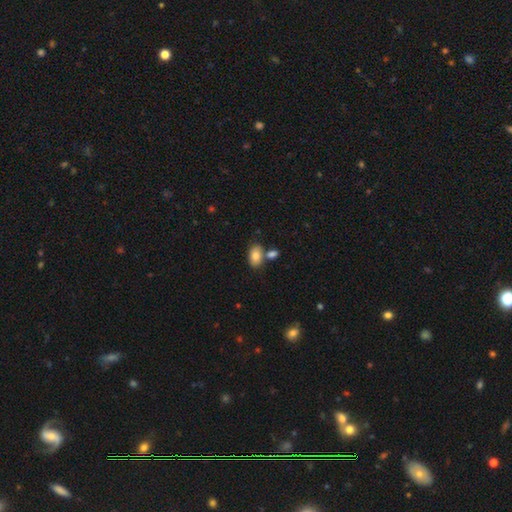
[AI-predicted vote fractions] Smooth or featured?
  - smooth: 82% *
  - featured or disk: 10%
  - star or artifact: 8%
How rounded?
  - in between: 90% *
  - round: 8%
  - cigar-shaped: 1%
Merging?
  - none: 62% *
  - merger: 23%
  - minor disturbance: 11%
  - major disturbance: 3%